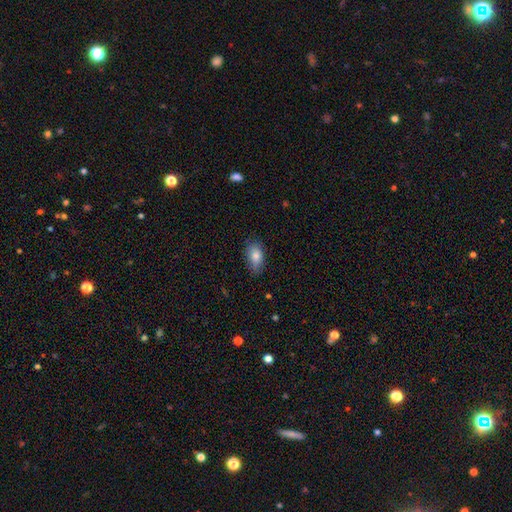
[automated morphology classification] type=smooth (84%); roundness=in between (91%); merging=none (77%).